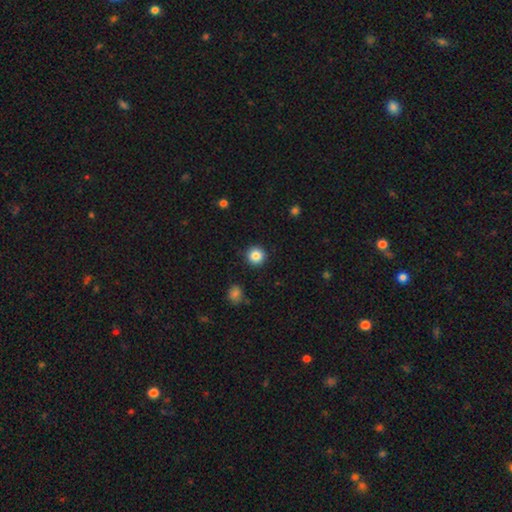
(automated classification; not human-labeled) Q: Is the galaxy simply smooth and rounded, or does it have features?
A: smooth — 85%.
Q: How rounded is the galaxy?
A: round — 95%.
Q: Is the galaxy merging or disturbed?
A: none — 92%.